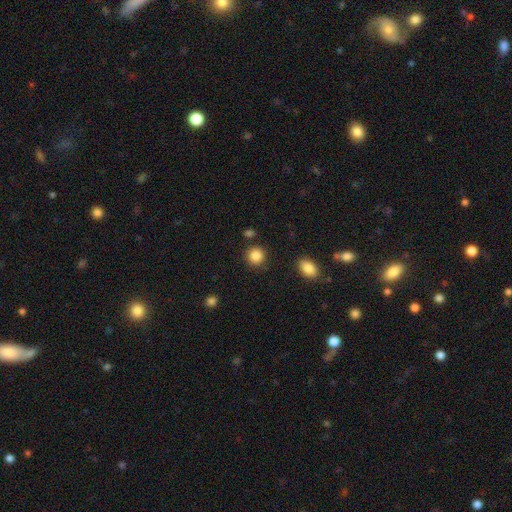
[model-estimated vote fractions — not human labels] The model was most divided on "smooth or featured": smooth: 87%, star or artifact: 9%, featured or disk: 4%. More confident: how rounded — round (91%); merging — none (87%).